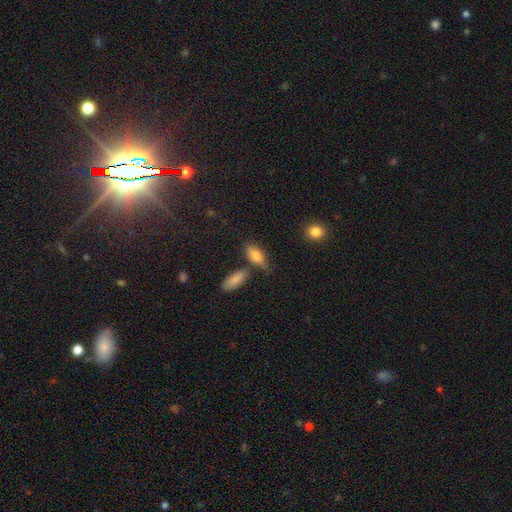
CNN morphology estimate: The model was most divided on "merging": none: 58%, minor disturbance: 19%, merger: 16%, major disturbance: 6%. More confident: how rounded — in between (80%); smooth or featured — smooth (78%).